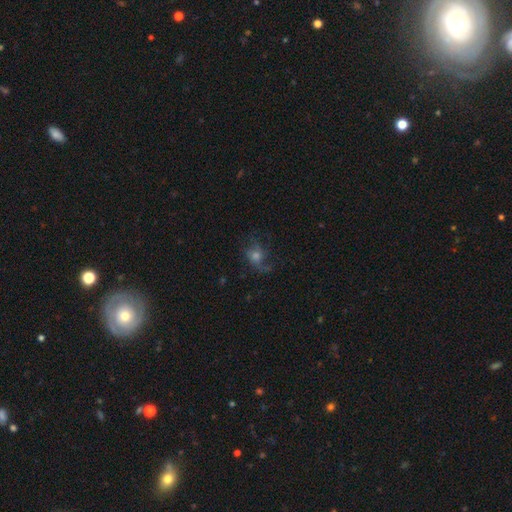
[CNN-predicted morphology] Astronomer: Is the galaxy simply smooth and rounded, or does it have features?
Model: featured or disk — 54% (runner-up: smooth, 29%).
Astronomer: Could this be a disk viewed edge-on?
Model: no — 95%.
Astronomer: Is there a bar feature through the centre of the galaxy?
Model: no — 74%.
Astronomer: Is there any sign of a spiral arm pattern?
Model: yes — 84%.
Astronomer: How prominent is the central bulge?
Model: moderate — 52% (runner-up: small, 28%).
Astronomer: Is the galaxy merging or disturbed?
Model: none — 56%.